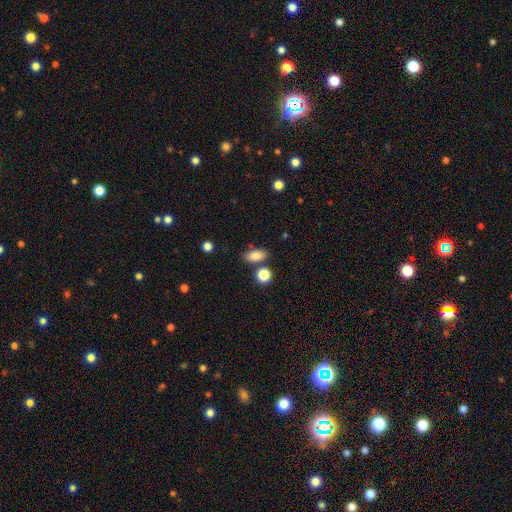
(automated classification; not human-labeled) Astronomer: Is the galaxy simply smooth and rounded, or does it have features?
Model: smooth — 84%.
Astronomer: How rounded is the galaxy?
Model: in between — 85%.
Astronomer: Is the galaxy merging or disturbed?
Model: none — 76%.